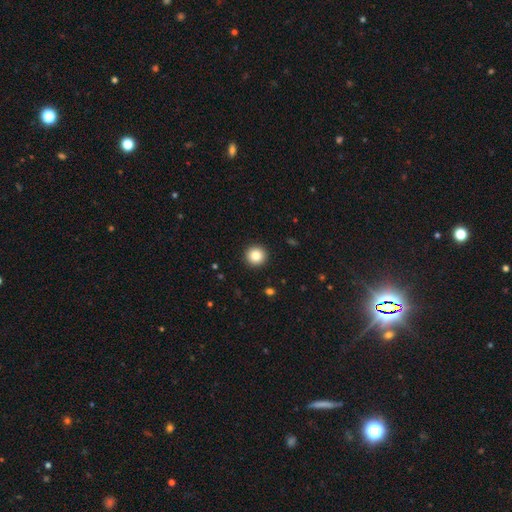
Smooth or featured? smooth (88%)
How rounded? round (100%)
Merging? none (97%)